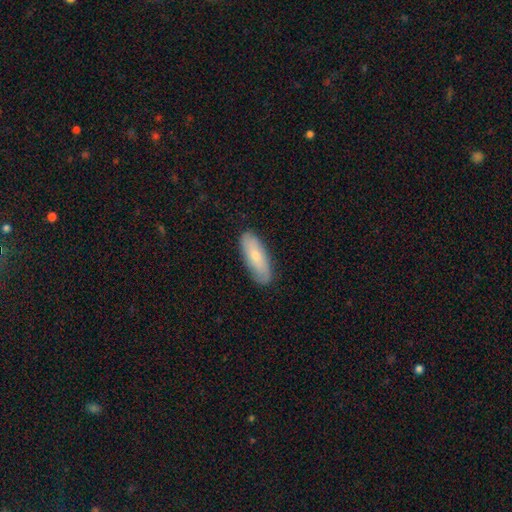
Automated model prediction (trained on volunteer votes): A smooth galaxy with no disk features (69%) that is in between round and cigar-shaped (66%). Merging: none (84%).